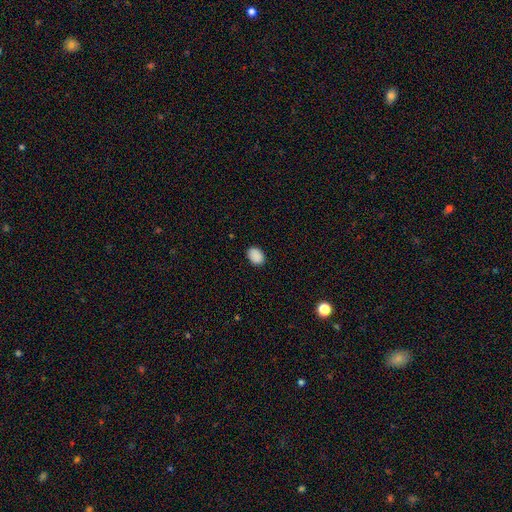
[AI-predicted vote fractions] Smooth or featured? Predicted: smooth (p=0.89). How rounded? Predicted: in between (p=0.75). Merging? Predicted: none (p=0.89).